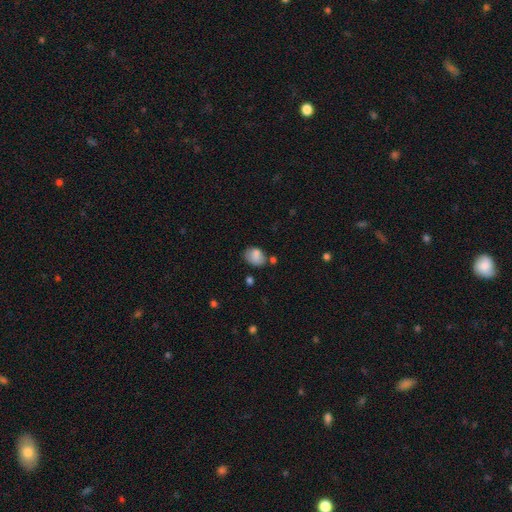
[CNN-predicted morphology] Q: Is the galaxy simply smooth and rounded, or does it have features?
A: smooth — 81%.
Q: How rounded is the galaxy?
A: in between — 63%.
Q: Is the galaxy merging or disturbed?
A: none — 61%.